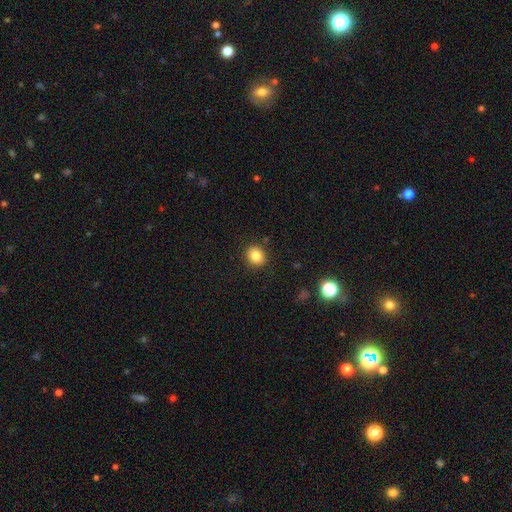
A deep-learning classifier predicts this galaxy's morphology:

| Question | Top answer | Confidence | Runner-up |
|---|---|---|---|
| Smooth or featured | smooth | 84% | star or artifact (11%) |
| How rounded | round | 70% | in between (29%) |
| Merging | none | 88% | minor disturbance (8%) |